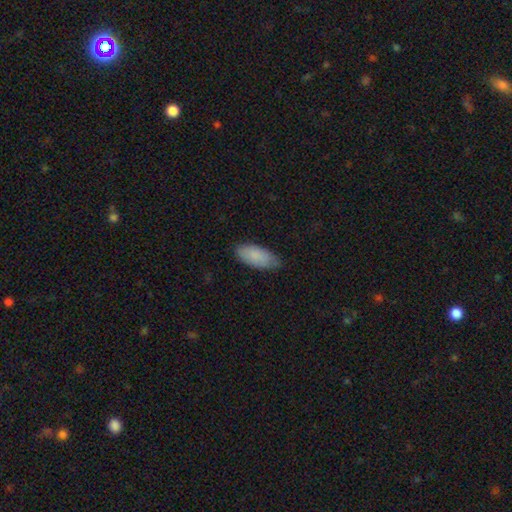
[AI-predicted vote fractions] Q: Smooth or featured?
A: smooth (86%); runner-up: featured or disk (9%)
Q: How rounded?
A: in between (90%); runner-up: cigar-shaped (8%)
Q: Merging?
A: none (73%); runner-up: minor disturbance (22%)